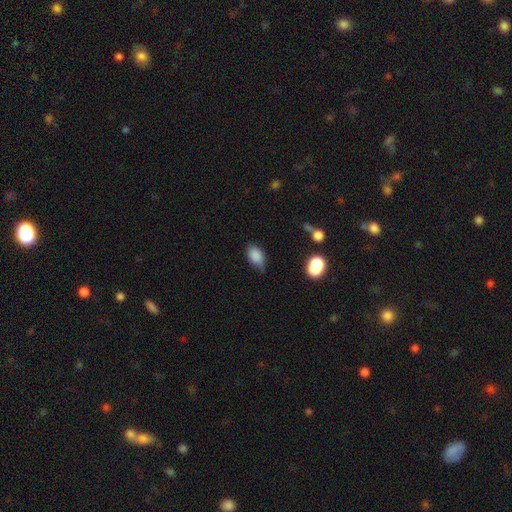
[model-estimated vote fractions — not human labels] smooth 84%, star or artifact 9%, featured or disk 7%. Down the decision tree: how rounded — in between (86%); merging — none (56%).